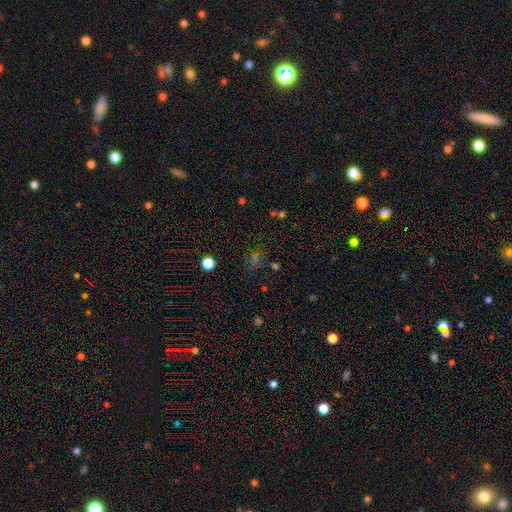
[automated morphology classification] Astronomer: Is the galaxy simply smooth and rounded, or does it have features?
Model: star or artifact — 50% (runner-up: smooth, 38%).